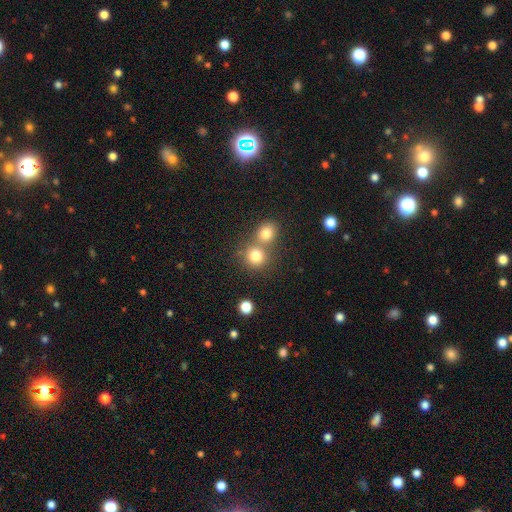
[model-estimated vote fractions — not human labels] smooth_or_featured: smooth (p=0.79) [alt: star or artifact p=0.13]
how_rounded: round (p=0.87) [alt: in between p=0.12]
merging: none (p=0.50) [alt: merger p=0.41]